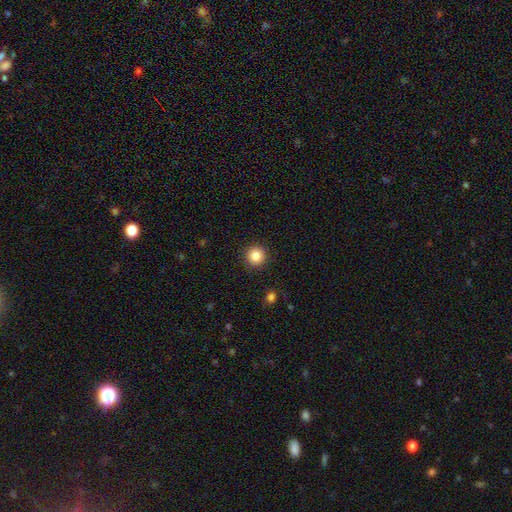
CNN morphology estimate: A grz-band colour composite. It shows a smooth galaxy with no disk features (84%) that is round (95%). Merging: none (92%).